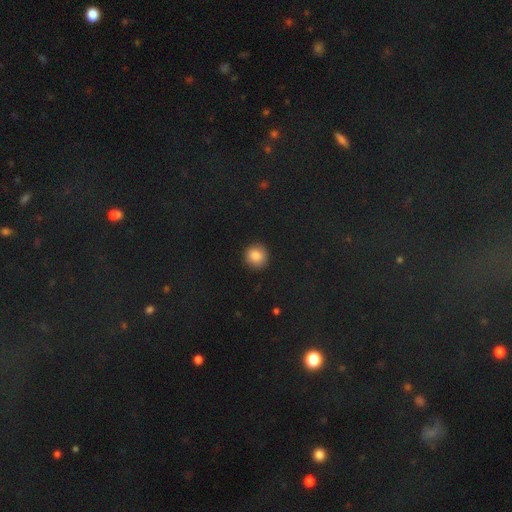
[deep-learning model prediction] Smooth or featured: smooth — 85% (star or artifact — 10%)
How rounded: round — 92% (in between — 7%)
Merging: none — 90% (minor disturbance — 7%)